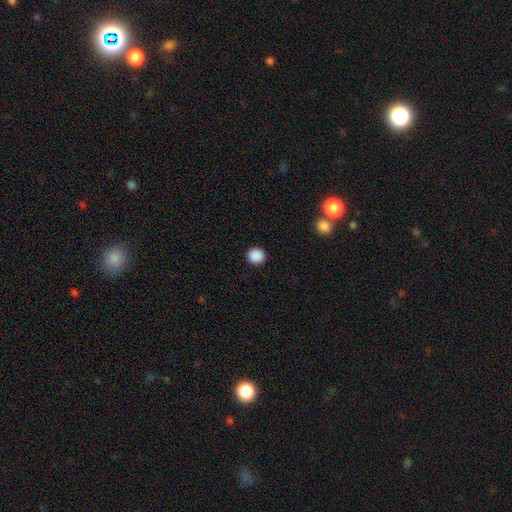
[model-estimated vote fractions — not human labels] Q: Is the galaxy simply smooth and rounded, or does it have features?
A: smooth — 89%.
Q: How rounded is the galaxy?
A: round — 90%.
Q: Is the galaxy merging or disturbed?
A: none — 92%.